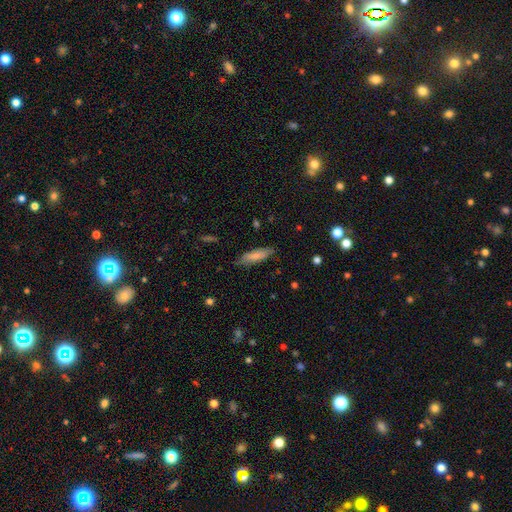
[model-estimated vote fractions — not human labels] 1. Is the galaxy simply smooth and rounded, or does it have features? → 77% smooth, 17% featured or disk, 6% star or artifact.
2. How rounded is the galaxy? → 57% cigar-shaped, 41% in between, 2% round.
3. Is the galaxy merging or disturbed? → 77% none, 18% minor disturbance, 3% major disturbance, 1% merger.